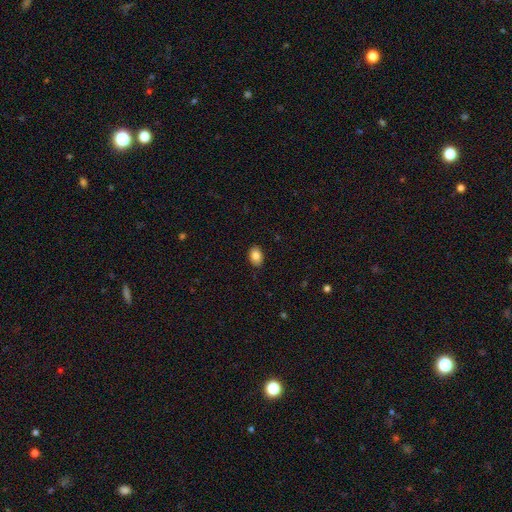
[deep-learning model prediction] Smooth or featured? smooth (84%)
How rounded? in between (78%)
Merging? none (88%)